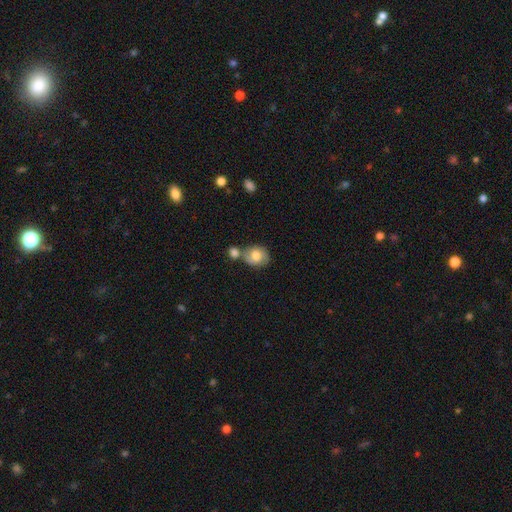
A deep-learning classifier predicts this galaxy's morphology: The model was most divided on "merging": none: 44%, merger: 36%, minor disturbance: 15%, major disturbance: 6%. More confident: smooth or featured — smooth (67%); how rounded — round (58%).